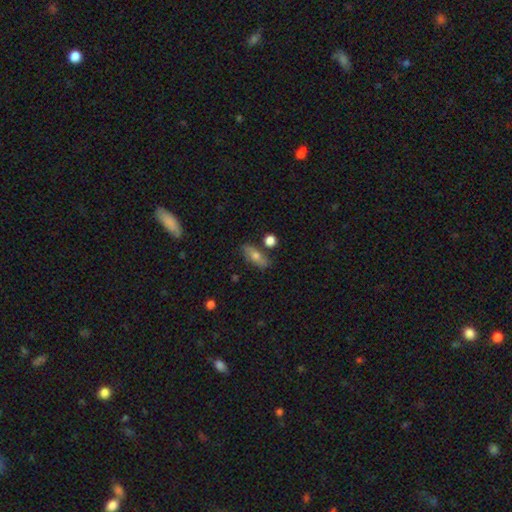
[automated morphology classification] This is likely a smooth galaxy (62%). How rounded: likely in between (65%). Merging: likely none (76%).